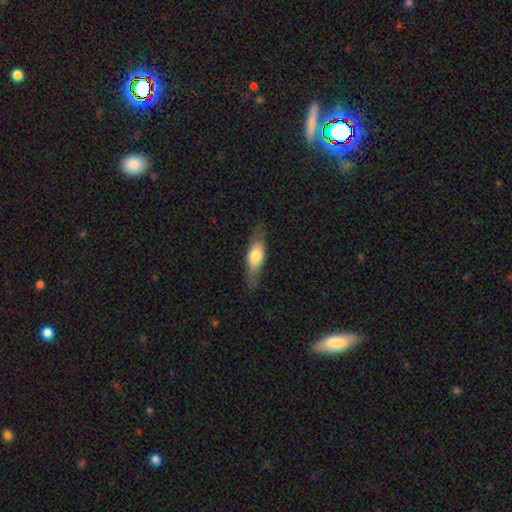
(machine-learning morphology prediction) Overall: smooth (62%; featured or disk 32%). How rounded: in between (54%; cigar-shaped 44%). Merging: none (79%).